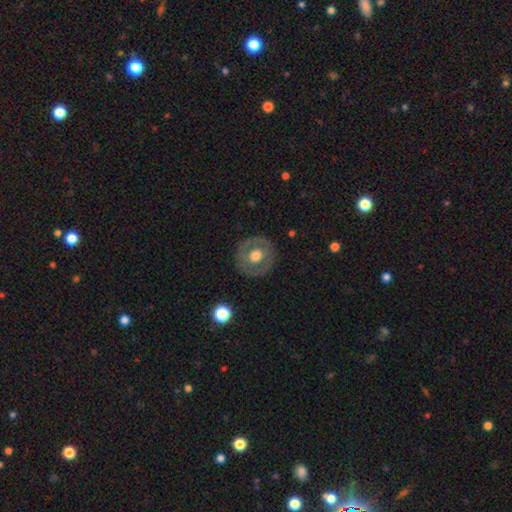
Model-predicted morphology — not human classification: Overall: featured or disk (48%; smooth 46%). Merging: none (84%).